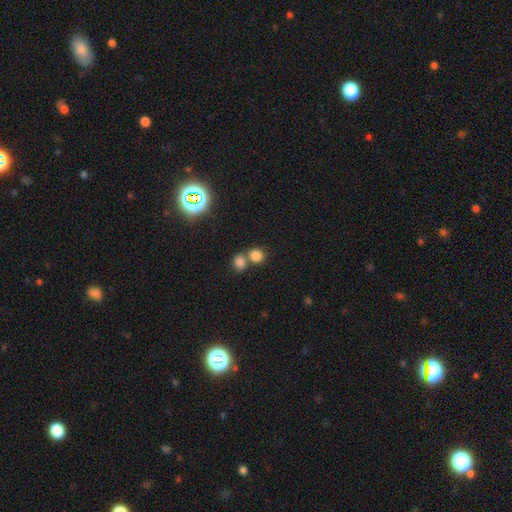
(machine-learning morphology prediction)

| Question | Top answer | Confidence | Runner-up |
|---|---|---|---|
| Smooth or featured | smooth | 79% | star or artifact (14%) |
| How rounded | round | 78% | in between (20%) |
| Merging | none | 46% | merger (45%) |